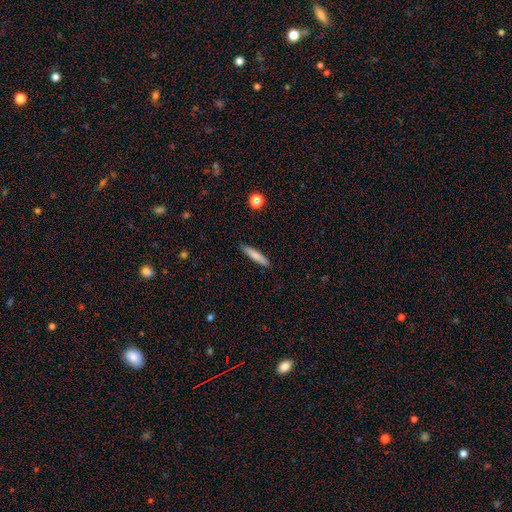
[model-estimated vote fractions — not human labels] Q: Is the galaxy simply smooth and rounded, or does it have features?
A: smooth — 78%.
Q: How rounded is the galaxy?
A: cigar-shaped — 90%.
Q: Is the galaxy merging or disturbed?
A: none — 89%.